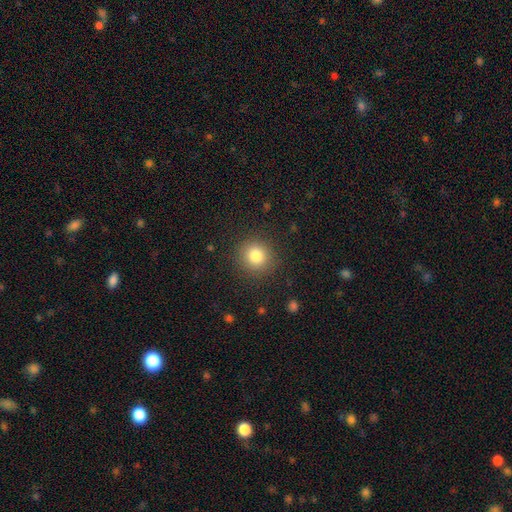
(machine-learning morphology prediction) The model was most divided on "smooth or featured": smooth: 82%, star or artifact: 11%, featured or disk: 7%. More confident: how rounded — round (90%); merging — none (89%).